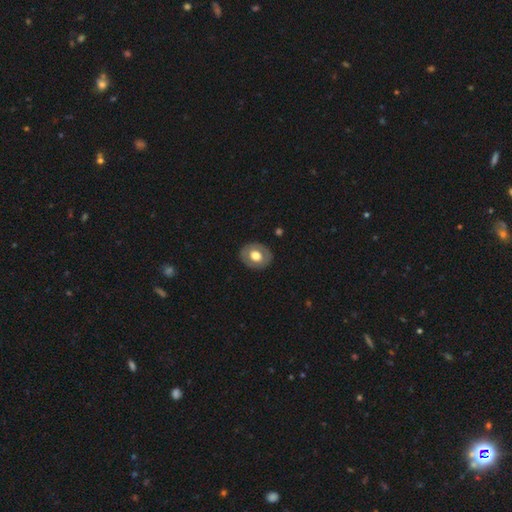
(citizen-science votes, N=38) Morphology: type=smooth (61%); roundness=round (57%); merging=none (91%).